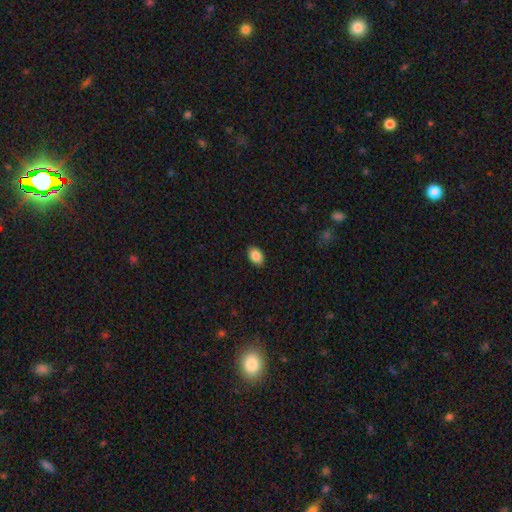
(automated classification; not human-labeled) Smooth or featured? smooth (88%)
How rounded? in between (84%)
Merging? none (89%)